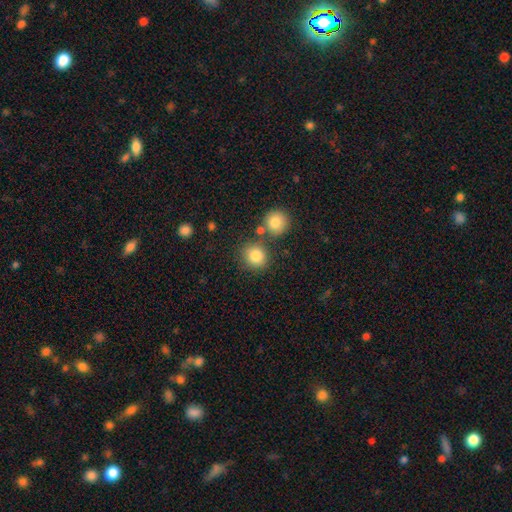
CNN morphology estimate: type=smooth (82%); roundness=round (86%); merging=none (75%).